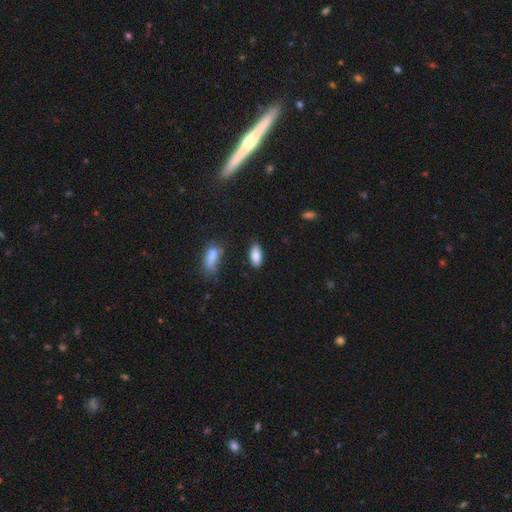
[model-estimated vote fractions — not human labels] Q: Smooth or featured?
A: smooth (86%); runner-up: star or artifact (7%)
Q: How rounded?
A: in between (87%); runner-up: cigar-shaped (10%)
Q: Merging?
A: none (81%); runner-up: minor disturbance (13%)